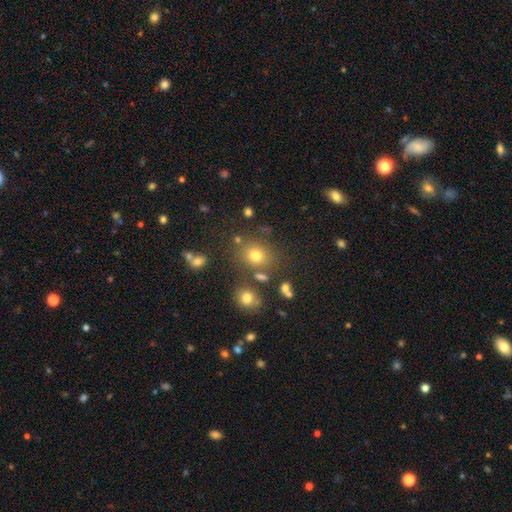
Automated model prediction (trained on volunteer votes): smooth 72%, star or artifact 19%, featured or disk 9%. Down the decision tree: how rounded — round (71%); merging — none (73%).